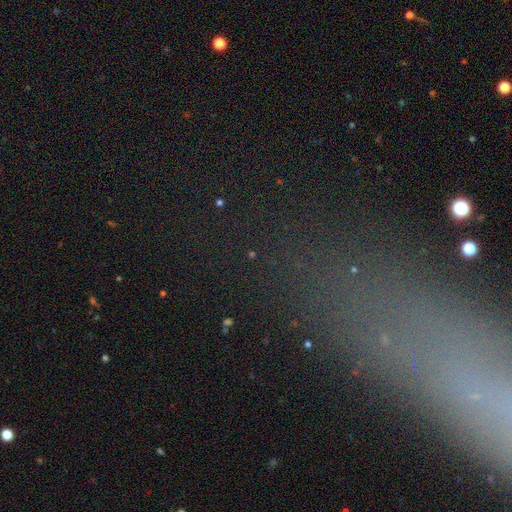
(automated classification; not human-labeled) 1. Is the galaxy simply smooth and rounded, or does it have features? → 55% star or artifact, 25% smooth, 20% featured or disk.